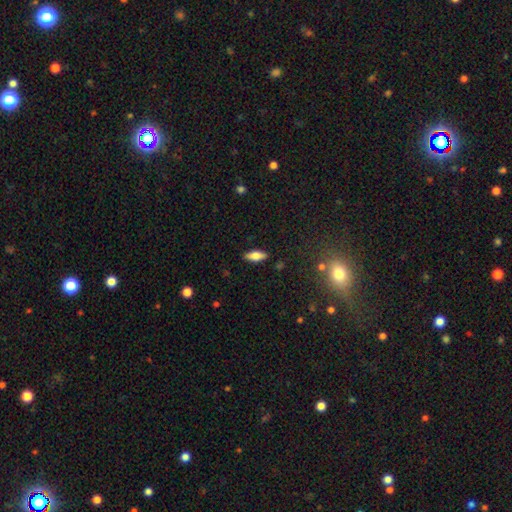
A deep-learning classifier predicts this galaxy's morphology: The model was most divided on "smooth or featured": smooth: 67%, featured or disk: 25%, star or artifact: 8%. More confident: merging — none (88%); how rounded — in between (73%).